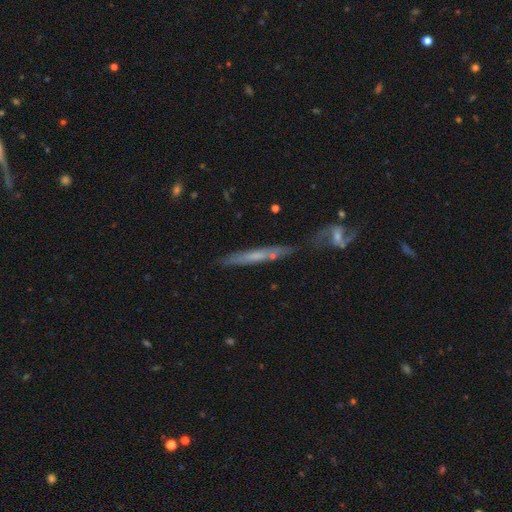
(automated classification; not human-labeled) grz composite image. It shows a featured or disk galaxy (56%) viewed edge-on (79%). Merging: none (61%).